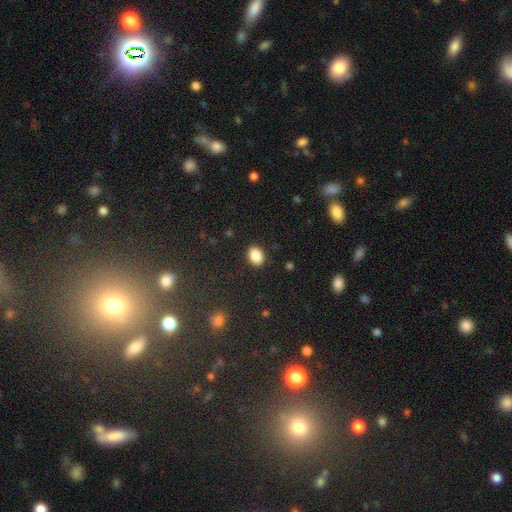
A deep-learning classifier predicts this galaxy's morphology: Smooth or featured? smooth (88%)
How rounded? in between (75%)
Merging? none (88%)